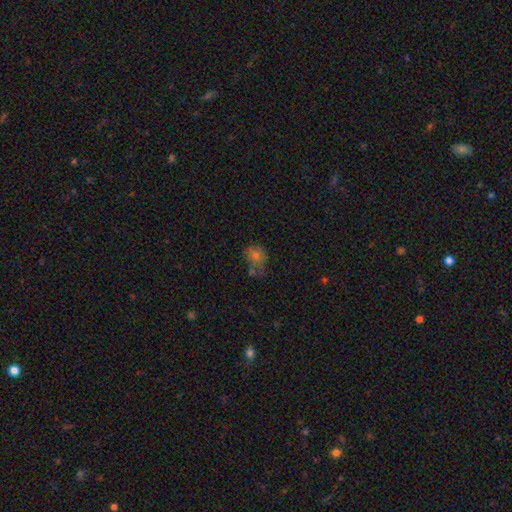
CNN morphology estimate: This is likely a smooth galaxy (69%). How rounded: possibly round (59%). Merging: possibly none (48%).